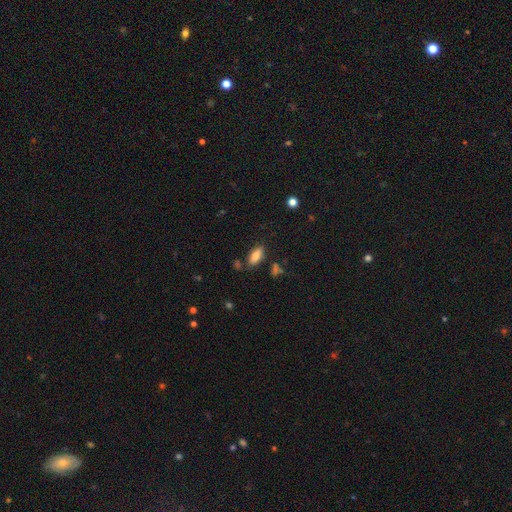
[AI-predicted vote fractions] Smooth or featured: smooth — 82% (featured or disk — 10%)
How rounded: in between — 84% (cigar-shaped — 13%)
Merging: none — 77% (minor disturbance — 13%)